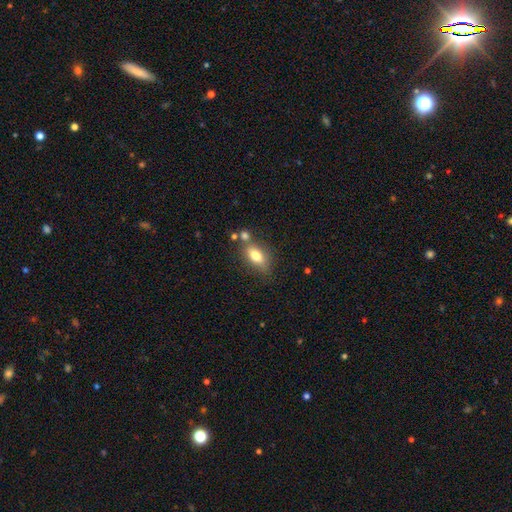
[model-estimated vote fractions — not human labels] smooth-or-featured: smooth: 76% | featured or disk: 15% | star or artifact: 8%
  how-rounded: in between: 83% | cigar-shaped: 9% | round: 8%
  merging: none: 59% | merger: 18% | minor disturbance: 17% | major disturbance: 6%